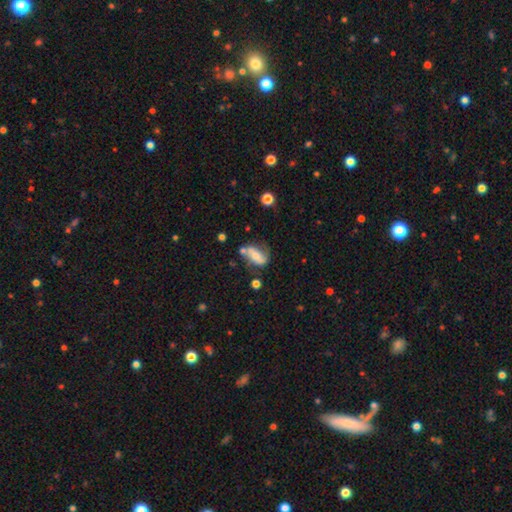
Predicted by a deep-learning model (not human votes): Overall: featured or disk (47%; smooth 45%). Merging: none (46%; minor disturbance 26%).